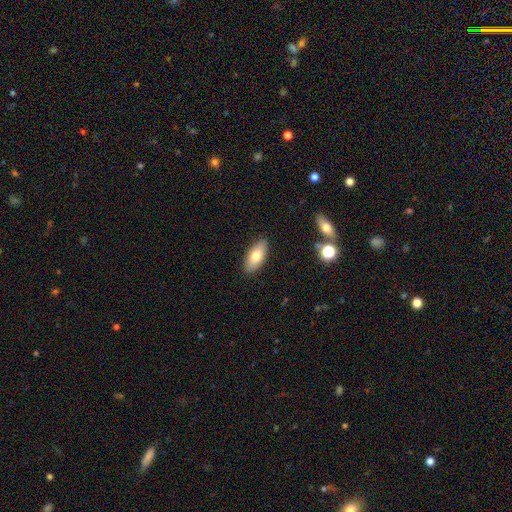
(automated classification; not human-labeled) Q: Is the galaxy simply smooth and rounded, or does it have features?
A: smooth — 76%.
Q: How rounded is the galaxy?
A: in between — 88%.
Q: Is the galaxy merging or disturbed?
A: none — 87%.